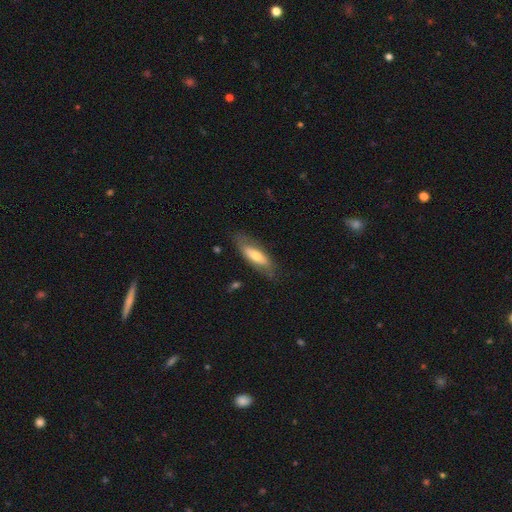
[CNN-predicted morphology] Q: Smooth or featured?
A: smooth (53%); runner-up: featured or disk (41%)
Q: How rounded?
A: in between (57%); runner-up: cigar-shaped (41%)
Q: Merging?
A: none (72%); runner-up: minor disturbance (20%)